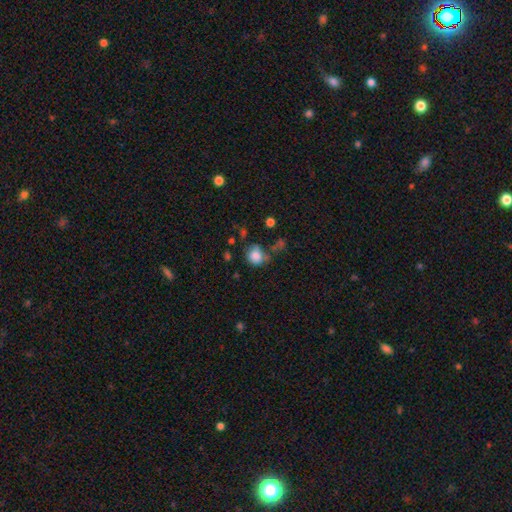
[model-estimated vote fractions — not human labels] Smooth or featured? smooth (82%)
How rounded? round (73%)
Merging? none (48%)